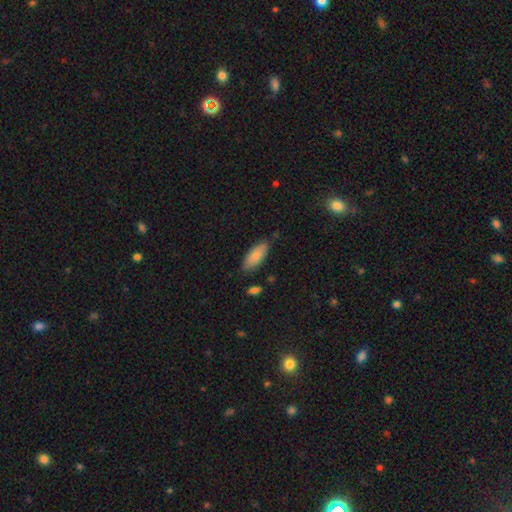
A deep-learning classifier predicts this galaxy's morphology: smooth_or_featured: smooth (p=0.83) [alt: featured or disk p=0.11]
how_rounded: in between (p=0.86) [alt: cigar-shaped p=0.12]
merging: none (p=0.79) [alt: minor disturbance p=0.16]